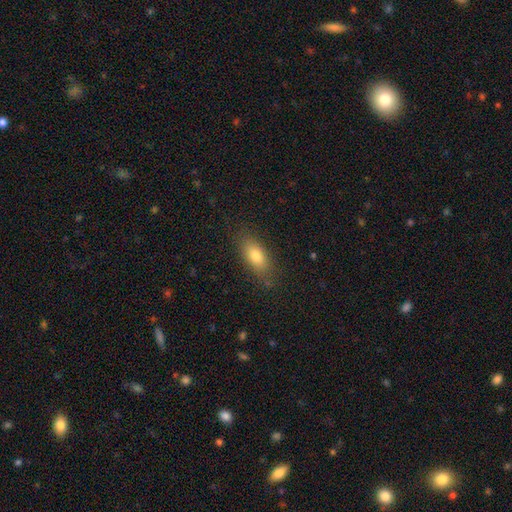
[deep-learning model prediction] Smooth or featured: smooth — 81% (featured or disk — 12%)
How rounded: in between — 82% (cigar-shaped — 15%)
Merging: none — 81% (minor disturbance — 14%)